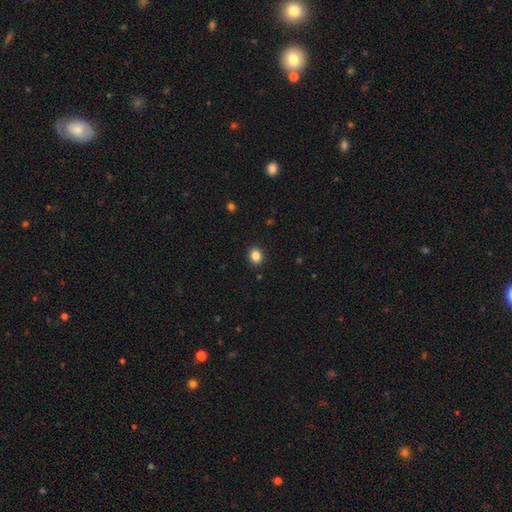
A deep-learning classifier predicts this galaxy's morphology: This is clearly a smooth galaxy (85%). How rounded: possibly round (54%). Merging: clearly none (91%).